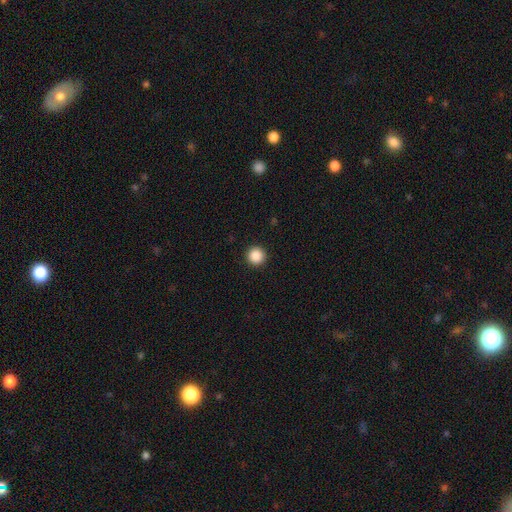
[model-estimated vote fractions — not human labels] Smooth or featured? smooth (88%)
How rounded? round (96%)
Merging? none (93%)